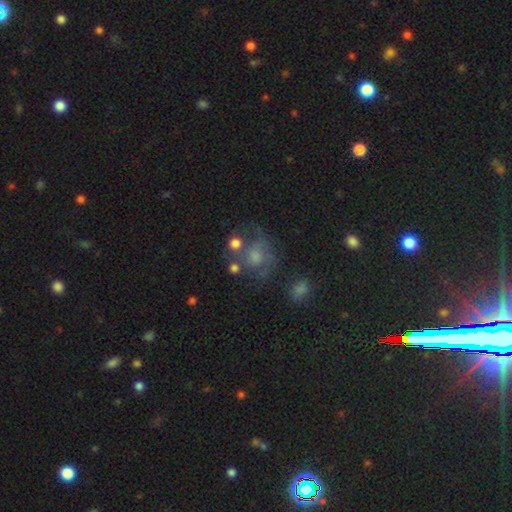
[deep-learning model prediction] Overall: featured or disk (44%; smooth 42%). Merging: none (44%; major disturbance 22%).